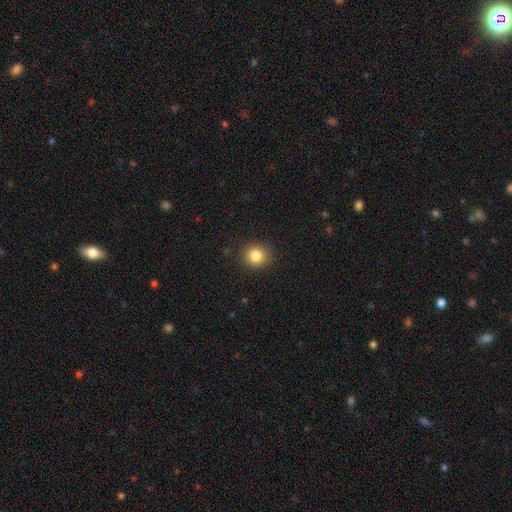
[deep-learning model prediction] smooth-or-featured: smooth: 83% | star or artifact: 11% | featured or disk: 6%
  how-rounded: round: 84% | in between: 15% | cigar-shaped: 1%
  merging: none: 90% | minor disturbance: 7% | major disturbance: 2% | merger: 1%